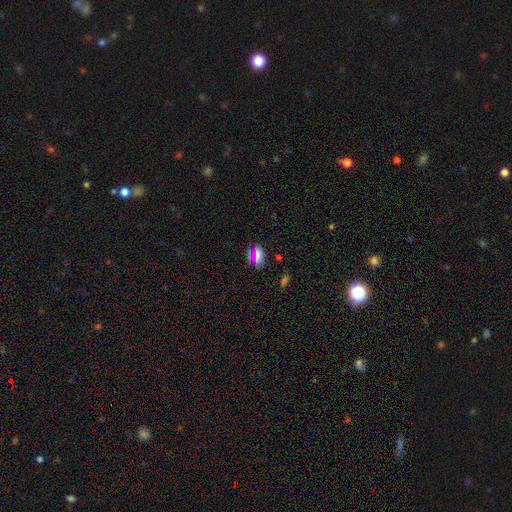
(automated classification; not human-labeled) A smooth galaxy with no disk features (62%) that is in between round and cigar-shaped (66%). Merging: none (81%).